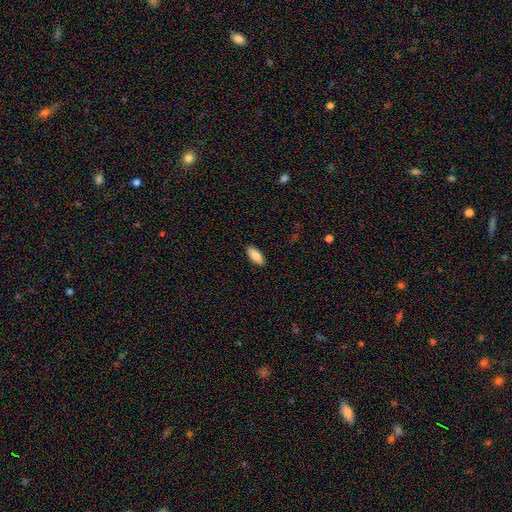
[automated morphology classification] Smooth or featured? smooth (89%)
How rounded? in between (88%)
Merging? none (89%)